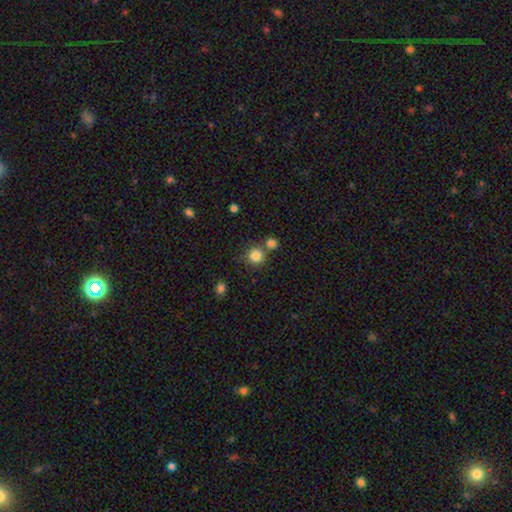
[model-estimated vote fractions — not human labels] Overall: smooth (83%). How rounded: round (93%). Merging: none (68%).